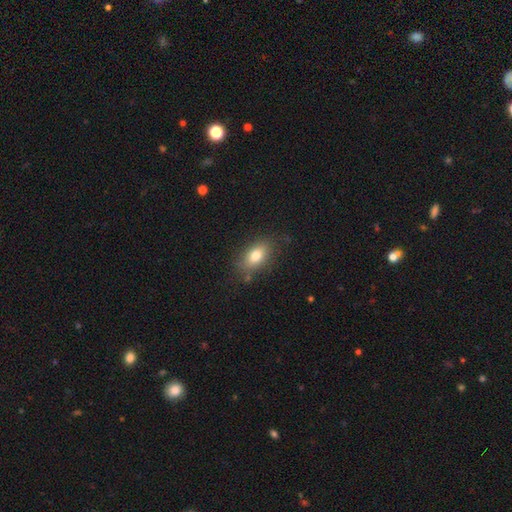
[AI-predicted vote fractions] Q: Smooth or featured?
A: smooth (78%); runner-up: featured or disk (13%)
Q: How rounded?
A: in between (84%); runner-up: round (12%)
Q: Merging?
A: none (77%); runner-up: minor disturbance (16%)